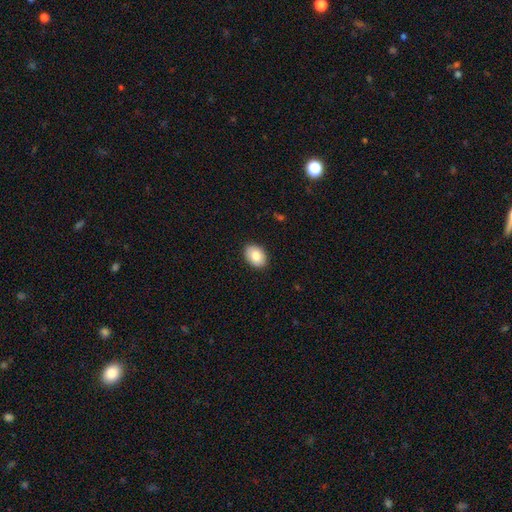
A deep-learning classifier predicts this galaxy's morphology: A smooth galaxy with no disk features (81%) that is in between round and cigar-shaped (79%). Merging: none (90%).